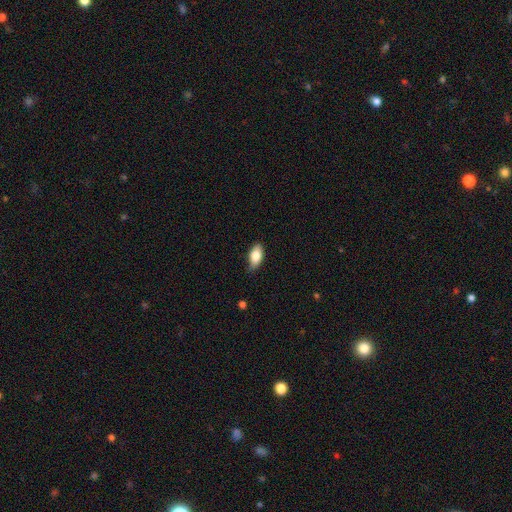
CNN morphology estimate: The model was most divided on "merging": none: 75%, minor disturbance: 21%, major disturbance: 3%, merger: 1%. More confident: how rounded — in between (89%); smooth or featured — smooth (80%).